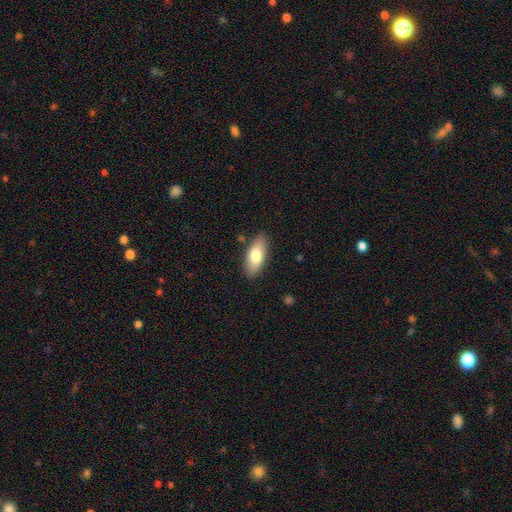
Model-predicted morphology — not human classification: A smooth galaxy with no disk features (75%) that is in between round and cigar-shaped (82%).

Vote fractions:
- Smooth or featured? smooth: 75% / featured or disk: 19% / star or artifact: 6%
- How rounded? in between: 82% / cigar-shaped: 15% / round: 2%
- Merging? none: 87% / minor disturbance: 10% / major disturbance: 2% / merger: 1%